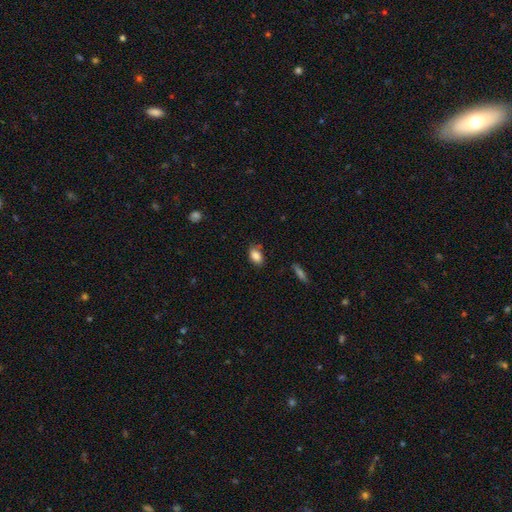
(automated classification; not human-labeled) A smooth galaxy with no disk features (86%) that is in between round and cigar-shaped (84%). Merging: none (77%).